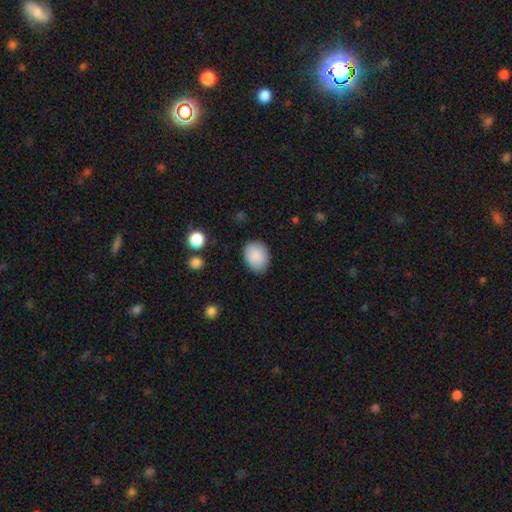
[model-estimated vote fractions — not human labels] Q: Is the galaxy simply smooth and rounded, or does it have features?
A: smooth — 88%.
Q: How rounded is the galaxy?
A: in between — 63%.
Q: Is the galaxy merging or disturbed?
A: none — 80%.